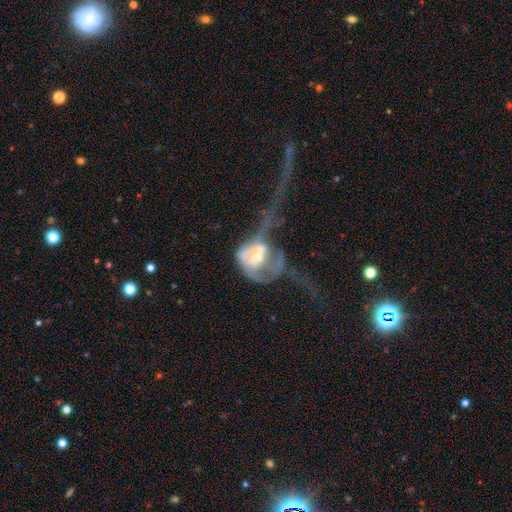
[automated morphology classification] A featured or disk galaxy (58%) with no bar (68%), no spiral arms (69%) and a moderate central bulge (43%).

Vote fractions:
- Smooth or featured? featured or disk: 58% / smooth: 33% / star or artifact: 9%
- Edge-on disk? no: 94% / yes: 6%
- Bar? no: 68% / weak: 22% / strong: 10%
- Spiral arms? no: 69% / yes: 31%
- Bulge size? moderate: 43% / large: 31% / small: 12% / none: 8% / dominant: 6%
- Merging? major disturbance: 63% / merger: 21% / none: 9% / minor disturbance: 8%